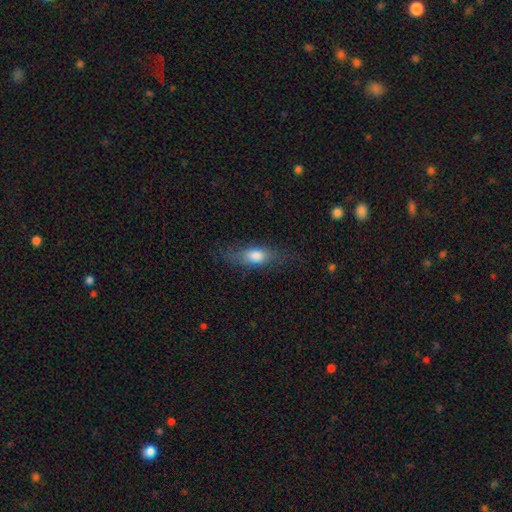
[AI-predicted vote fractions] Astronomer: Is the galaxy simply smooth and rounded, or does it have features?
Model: smooth — 70%.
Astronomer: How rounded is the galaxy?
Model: in between — 69%.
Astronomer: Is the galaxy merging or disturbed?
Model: none — 69%.